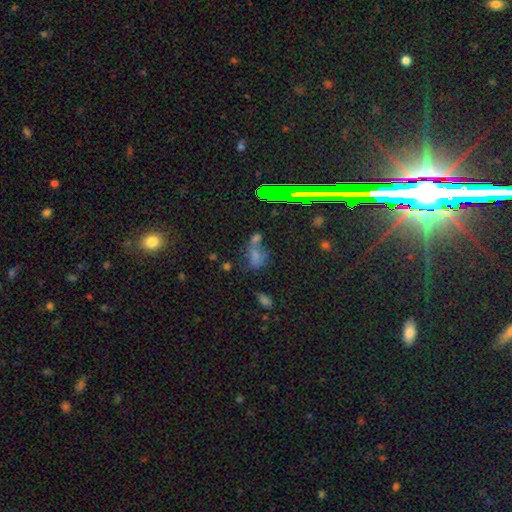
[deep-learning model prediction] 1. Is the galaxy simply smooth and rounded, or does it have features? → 52% smooth, 32% star or artifact, 15% featured or disk.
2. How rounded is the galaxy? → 77% in between, 19% round, 4% cigar-shaped.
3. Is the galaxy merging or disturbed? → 49% merger, 26% none, 13% minor disturbance, 12% major disturbance.